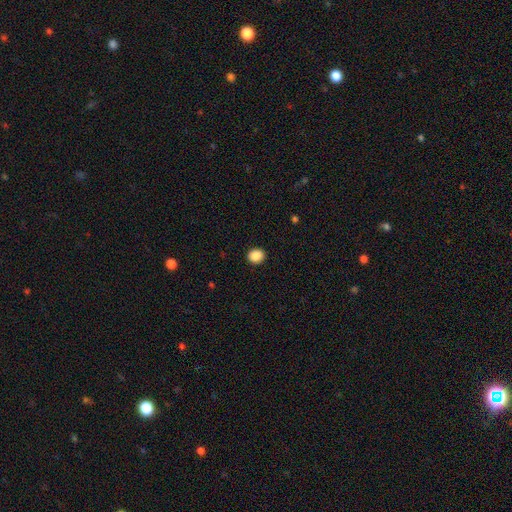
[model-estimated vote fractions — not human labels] Morphology: type=smooth (89%); roundness=round (78%); merging=none (92%).